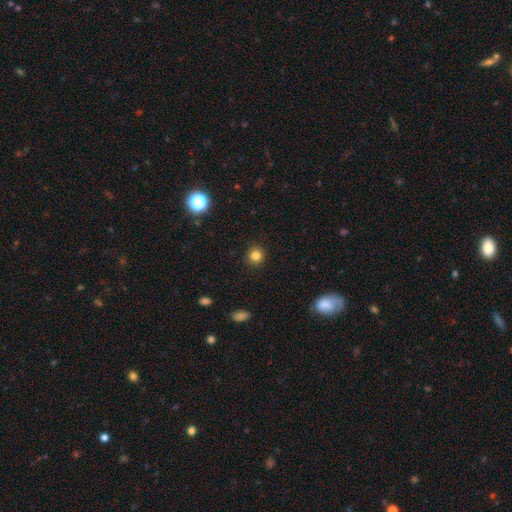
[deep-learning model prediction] smooth-or-featured: smooth: 82% | star or artifact: 13% | featured or disk: 5%
  how-rounded: round: 93% | in between: 6% | cigar-shaped: 1%
  merging: none: 91% | minor disturbance: 6% | major disturbance: 2% | merger: 1%